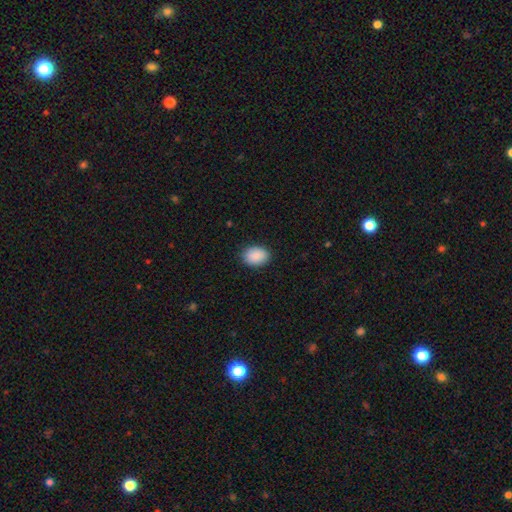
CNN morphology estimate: This appears to be a smooth galaxy with no disk features (91%) that is in between round and cigar-shaped (74%). Merging: none (88%).